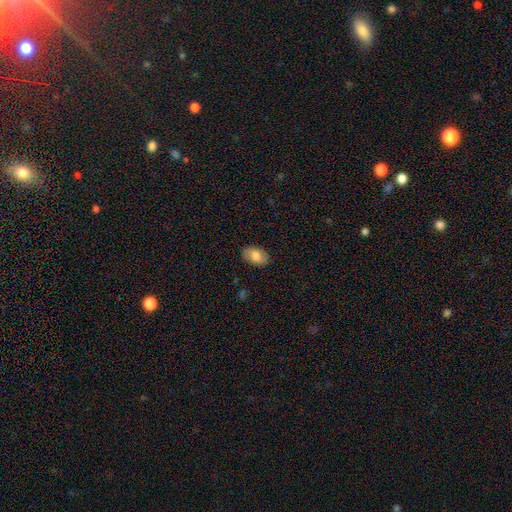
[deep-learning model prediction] Smooth or featured?
  - smooth: 77% *
  - featured or disk: 16%
  - star or artifact: 7%
How rounded?
  - in between: 91% *
  - round: 8%
  - cigar-shaped: 1%
Merging?
  - none: 86% *
  - minor disturbance: 11%
  - major disturbance: 2%
  - merger: 1%